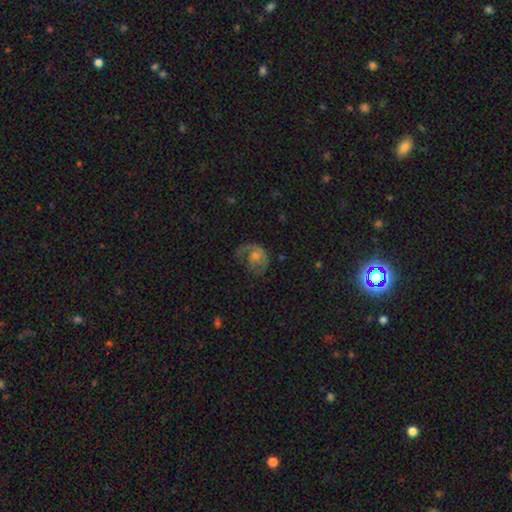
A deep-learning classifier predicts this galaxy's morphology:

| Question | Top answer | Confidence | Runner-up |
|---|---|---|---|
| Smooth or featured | featured or disk | 63% | smooth (27%) |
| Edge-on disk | no | 97% | yes (3%) |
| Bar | no | 77% | weak (20%) |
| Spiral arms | yes | 80% | no (20%) |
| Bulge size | small | 47% | moderate (44%) |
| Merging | none | 43% | major disturbance (32%) |